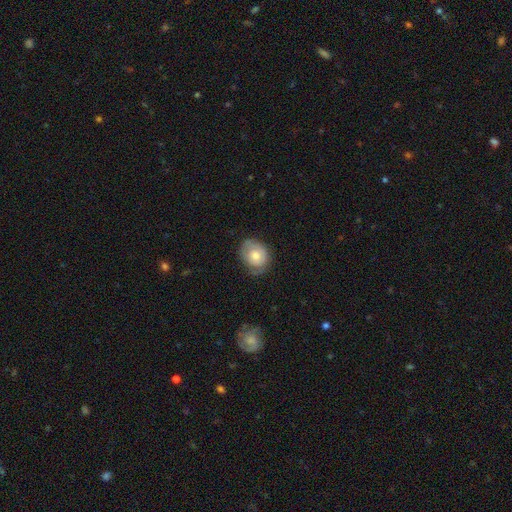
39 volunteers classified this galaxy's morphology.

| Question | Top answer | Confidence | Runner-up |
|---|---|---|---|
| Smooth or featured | smooth | 54% | featured or disk (38%) |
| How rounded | in between | 57% | round (43%) |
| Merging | none | 67% | minor disturbance (31%) |